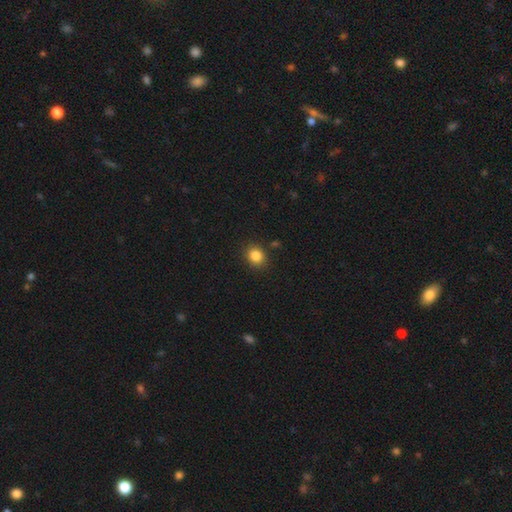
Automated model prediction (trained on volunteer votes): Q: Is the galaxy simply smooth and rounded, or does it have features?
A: smooth — 85%.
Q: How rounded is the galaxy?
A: round — 64%.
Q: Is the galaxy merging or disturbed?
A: none — 88%.